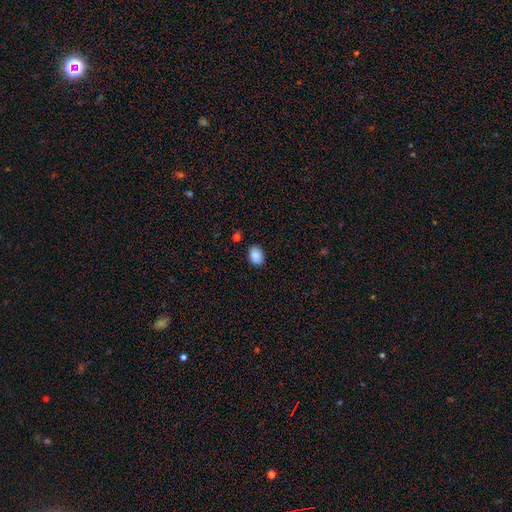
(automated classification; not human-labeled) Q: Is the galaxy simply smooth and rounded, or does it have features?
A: smooth — 88%.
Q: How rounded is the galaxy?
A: in between — 68%.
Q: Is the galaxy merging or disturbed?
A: none — 85%.